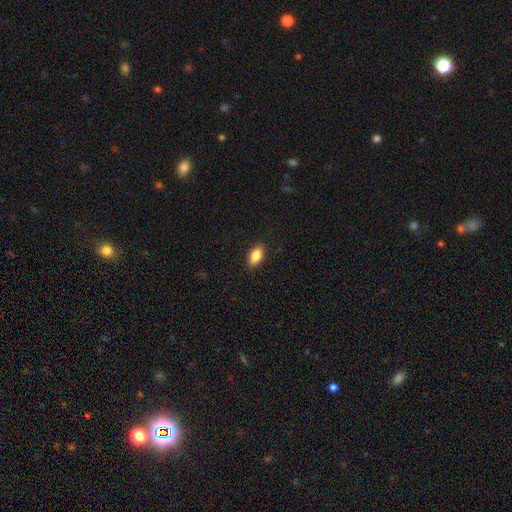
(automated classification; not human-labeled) smooth-or-featured: smooth: 84% | featured or disk: 9% | star or artifact: 8%
  how-rounded: in between: 89% | round: 6% | cigar-shaped: 5%
  merging: none: 88% | minor disturbance: 9% | major disturbance: 2% | merger: 1%